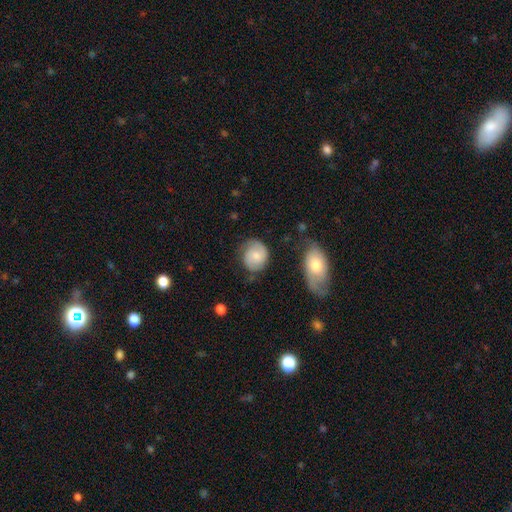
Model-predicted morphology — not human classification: A smooth galaxy with no disk features (57%) that is round (74%). Merging: none (67%).